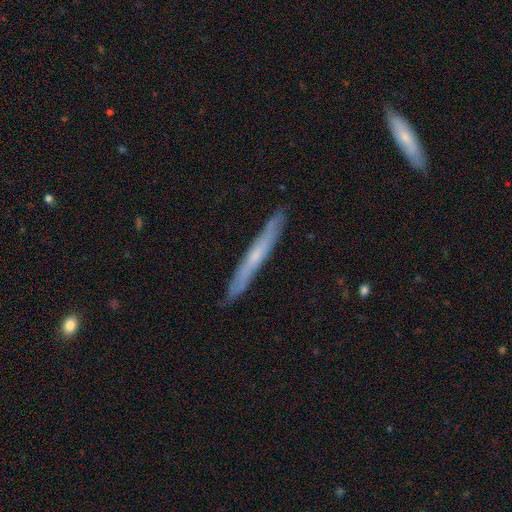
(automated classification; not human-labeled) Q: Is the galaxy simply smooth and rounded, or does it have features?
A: featured or disk — 53%.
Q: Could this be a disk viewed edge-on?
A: yes — 93%.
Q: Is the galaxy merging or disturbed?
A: none — 89%.